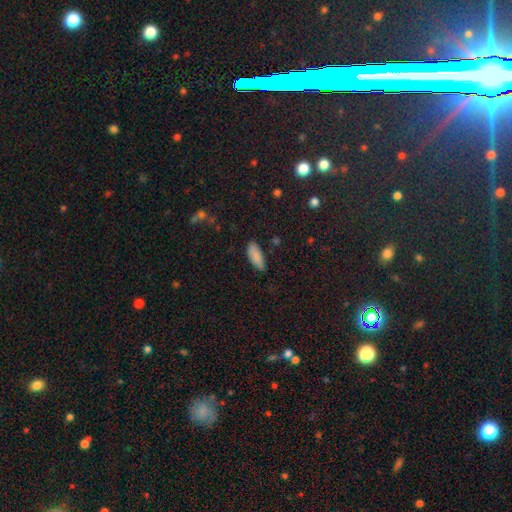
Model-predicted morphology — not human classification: Smooth or featured? Predicted: smooth (p=0.88). How rounded? Predicted: in between (p=0.82). Merging? Predicted: none (p=0.79).